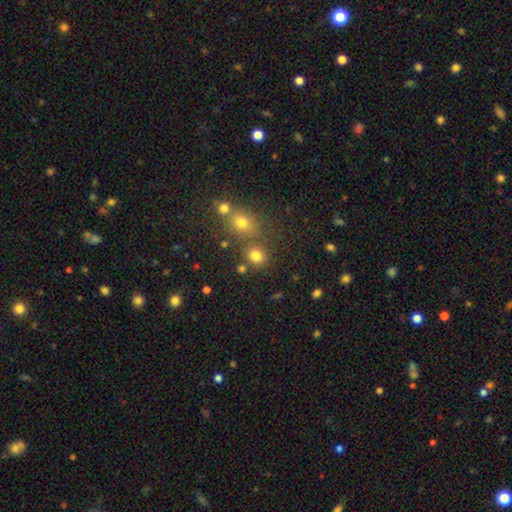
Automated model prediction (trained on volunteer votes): smooth-or-featured: smooth: 76% | star or artifact: 17% | featured or disk: 7%
  how-rounded: round: 77% | in between: 22% | cigar-shaped: 1%
  merging: none: 63% | merger: 23% | minor disturbance: 10% | major disturbance: 5%